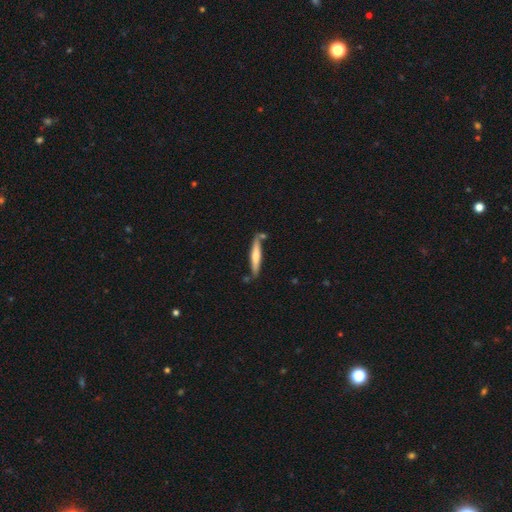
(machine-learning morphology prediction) Smooth or featured: smooth — 57% (featured or disk — 38%)
How rounded: cigar-shaped — 92% (in between — 7%)
Merging: none — 74% (minor disturbance — 15%)